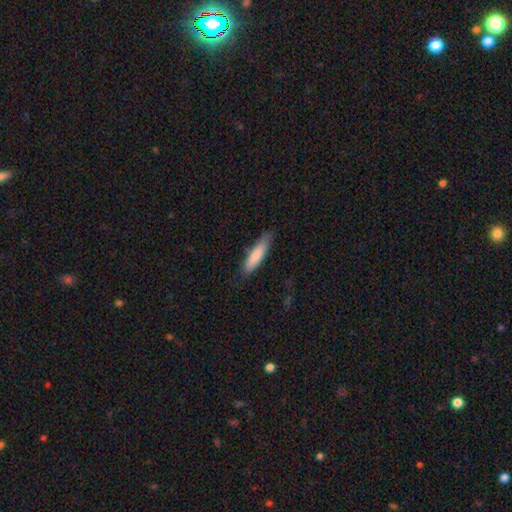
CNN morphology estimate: A smooth galaxy with no disk features (80%) that is cigar-shaped (73%).

Vote fractions:
- Smooth or featured? smooth: 80% / featured or disk: 14% / star or artifact: 6%
- How rounded? cigar-shaped: 73% / in between: 26% / round: 1%
- Merging? none: 78% / minor disturbance: 18% / major disturbance: 3% / merger: 2%